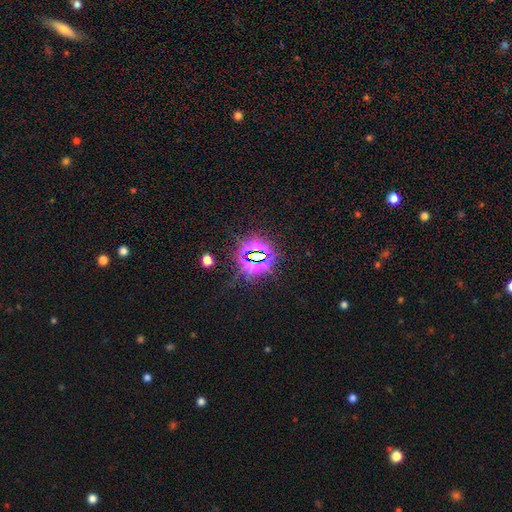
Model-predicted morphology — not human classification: Q: Smooth or featured?
A: star or artifact (80%); runner-up: smooth (12%)